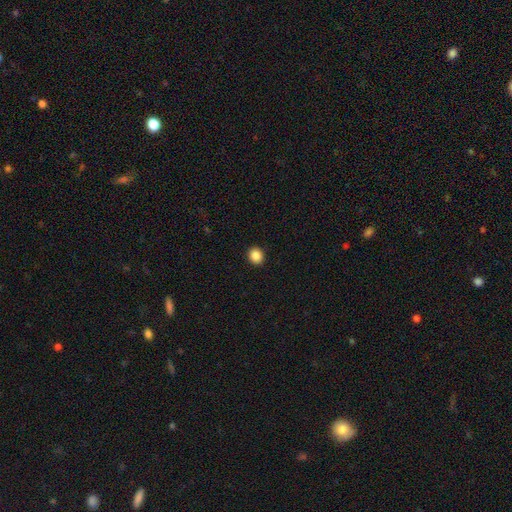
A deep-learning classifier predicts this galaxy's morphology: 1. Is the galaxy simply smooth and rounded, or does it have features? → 87% smooth, 10% star or artifact, 4% featured or disk.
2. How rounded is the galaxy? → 74% round, 25% in between, 1% cigar-shaped.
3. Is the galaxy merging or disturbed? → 92% none, 5% minor disturbance, 2% major disturbance, 1% merger.